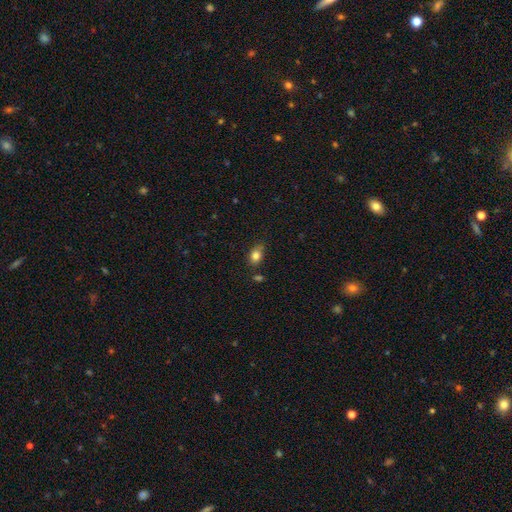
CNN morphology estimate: Q: Smooth or featured?
A: smooth (83%); runner-up: star or artifact (10%)
Q: How rounded?
A: in between (72%); runner-up: round (25%)
Q: Merging?
A: none (68%); runner-up: minor disturbance (22%)